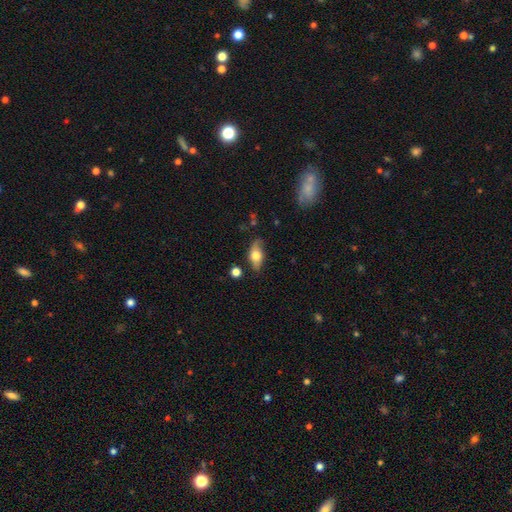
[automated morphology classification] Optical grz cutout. It shows a smooth galaxy with no disk features (61%) that is in between round and cigar-shaped (83%). Merging: none (69%).